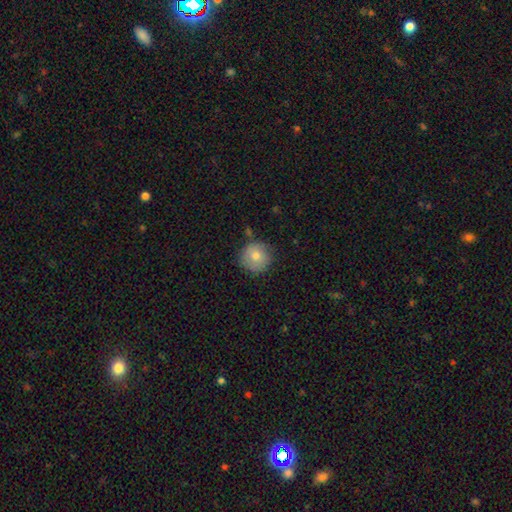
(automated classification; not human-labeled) smooth-or-featured: smooth: 77% | featured or disk: 14% | star or artifact: 9%
  how-rounded: round: 94% | in between: 5% | cigar-shaped: 1%
  merging: none: 80% | minor disturbance: 14% | merger: 3% | major disturbance: 3%